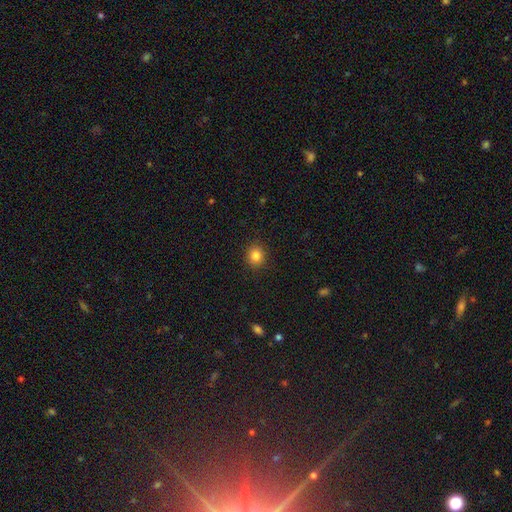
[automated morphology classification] type=smooth (84%); roundness=round (79%); merging=none (90%).